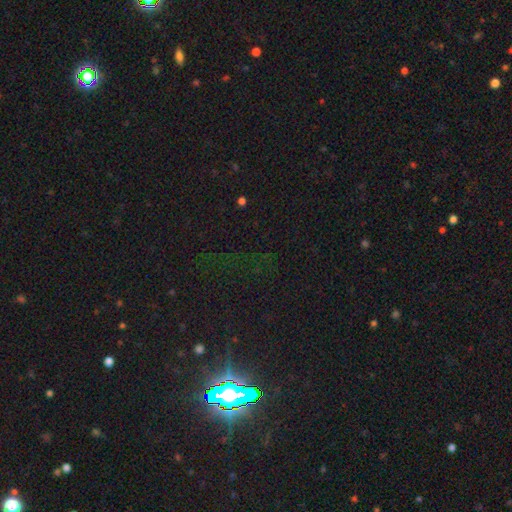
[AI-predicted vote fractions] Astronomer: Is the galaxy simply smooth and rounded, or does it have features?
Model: star or artifact — 83%.